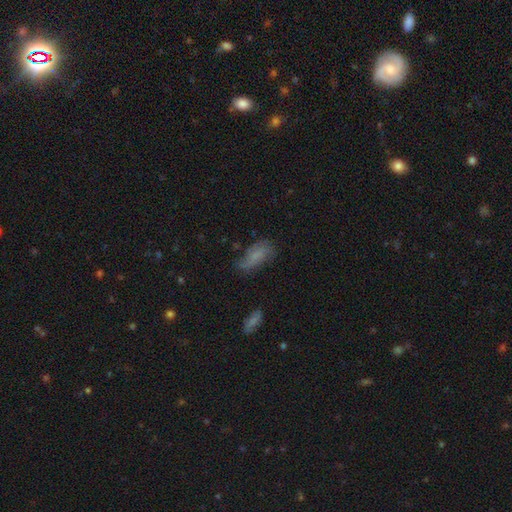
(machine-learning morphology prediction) A smooth galaxy with no disk features (57%) that is in between round and cigar-shaped (80%). Merging: none (51%).